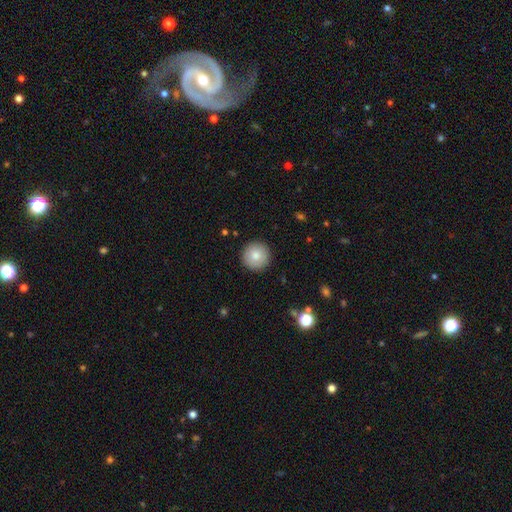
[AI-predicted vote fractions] smooth 82%, featured or disk 10%, star or artifact 8%. Down the decision tree: how rounded — round (96%); merging — none (92%).